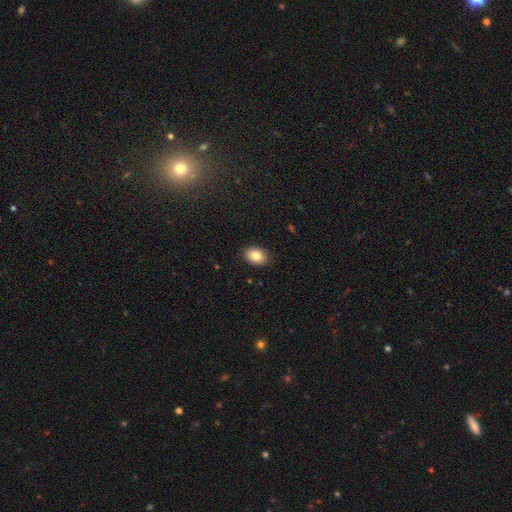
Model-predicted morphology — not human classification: Smooth or featured?
  - smooth: 83% *
  - featured or disk: 9%
  - star or artifact: 9%
How rounded?
  - in between: 69% *
  - round: 30%
  - cigar-shaped: 1%
Merging?
  - none: 89% *
  - minor disturbance: 8%
  - major disturbance: 2%
  - merger: 1%